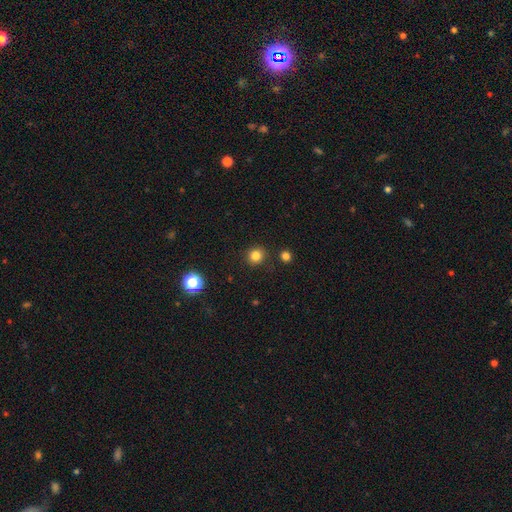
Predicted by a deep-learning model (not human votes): A smooth galaxy with no disk features (82%) that is round (91%). Merging: none (88%).